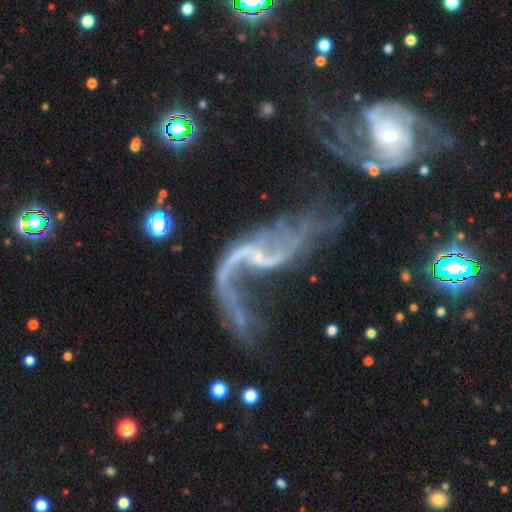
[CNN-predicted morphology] This is clearly a featured or disk galaxy (86%). It is clearly not viewed edge-on (95%). Bar: possibly no (47%). Spiral arm pattern: clearly yes (86%). Spiral arm count: likely 2 (77%). Spiral winding: clearly loose (92%). Central bulge: possibly small (55%). Merging: marginally major disturbance (37%).